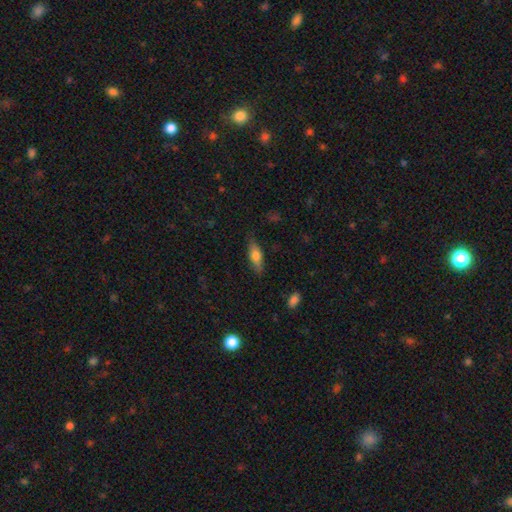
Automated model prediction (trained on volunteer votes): This appears to be a smooth galaxy with no disk features (66%) that is in between round and cigar-shaped (56%). Merging: none (82%).